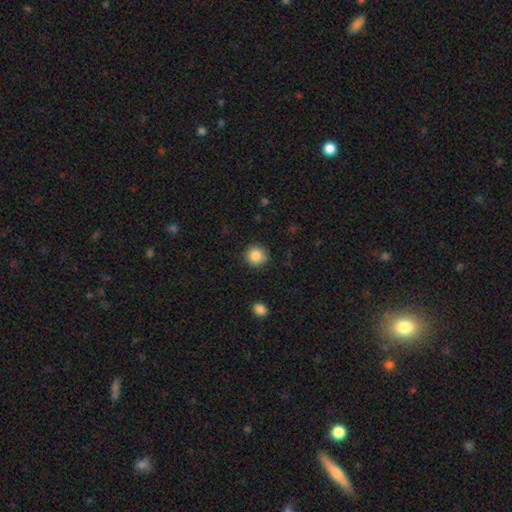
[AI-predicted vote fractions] smooth-or-featured: smooth: 86% | star or artifact: 9% | featured or disk: 5%
  how-rounded: round: 93% | in between: 6% | cigar-shaped: 1%
  merging: none: 88% | minor disturbance: 8% | major disturbance: 2% | merger: 1%